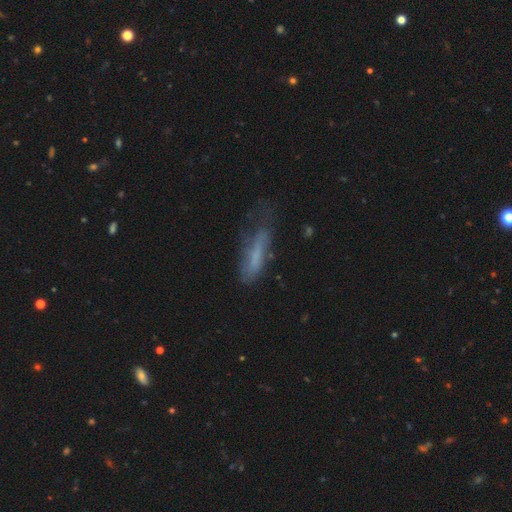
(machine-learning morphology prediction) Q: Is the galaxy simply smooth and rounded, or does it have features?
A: smooth — 57%.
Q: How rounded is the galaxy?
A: cigar-shaped — 66%.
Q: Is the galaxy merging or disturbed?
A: none — 41%.